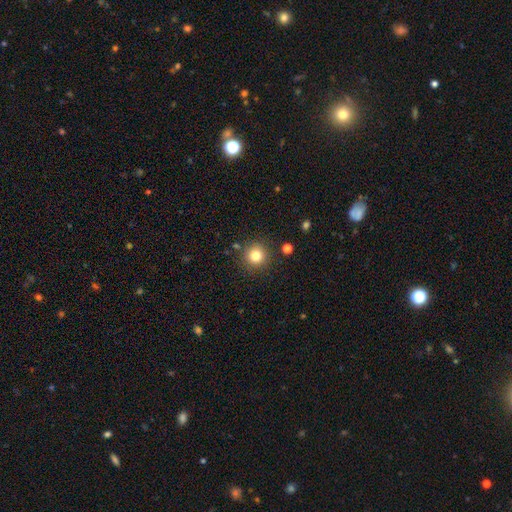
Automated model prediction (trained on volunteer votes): Smooth or featured? Predicted: smooth (p=0.80). How rounded? Predicted: round (p=0.94). Merging? Predicted: none (p=0.87).